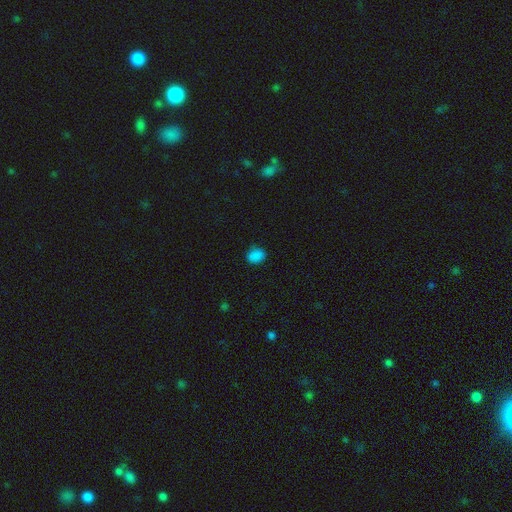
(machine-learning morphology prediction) Smooth or featured: smooth — 85% (star or artifact — 13%)
How rounded: in between — 55% (round — 44%)
Merging: none — 84% (minor disturbance — 12%)